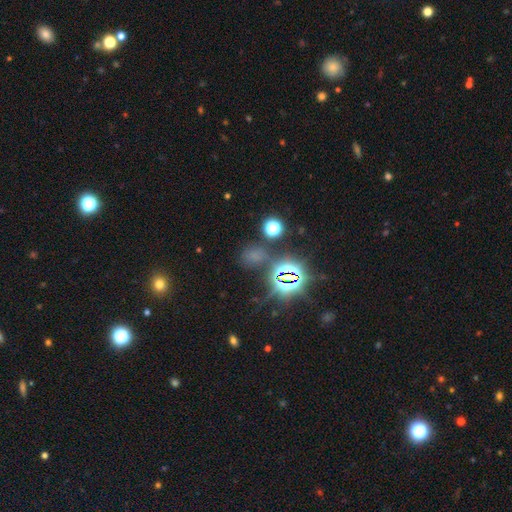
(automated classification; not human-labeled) Smooth or featured?
  - star or artifact: 55% *
  - smooth: 36%
  - featured or disk: 9%